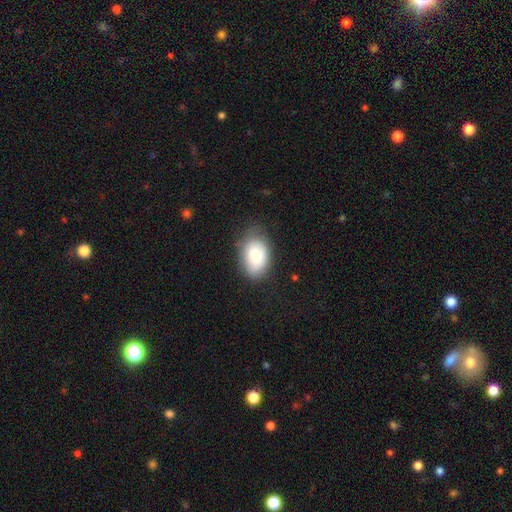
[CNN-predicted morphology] The model was most divided on "merging": none: 66%, minor disturbance: 25%, major disturbance: 8%, merger: 2%. More confident: how rounded — in between (88%); smooth or featured — smooth (81%).